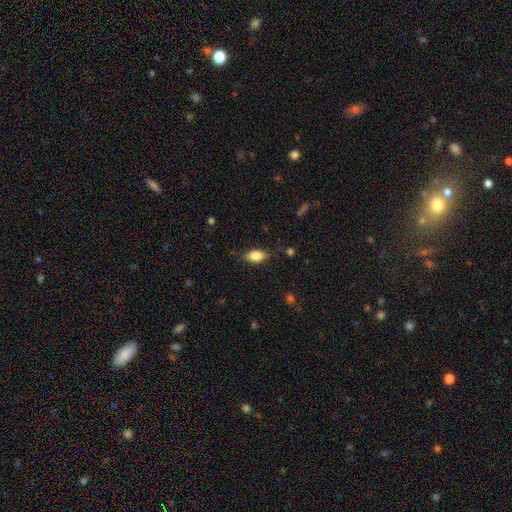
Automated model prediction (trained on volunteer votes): Overall: smooth (86%). How rounded: in between (90%). Merging: none (80%).